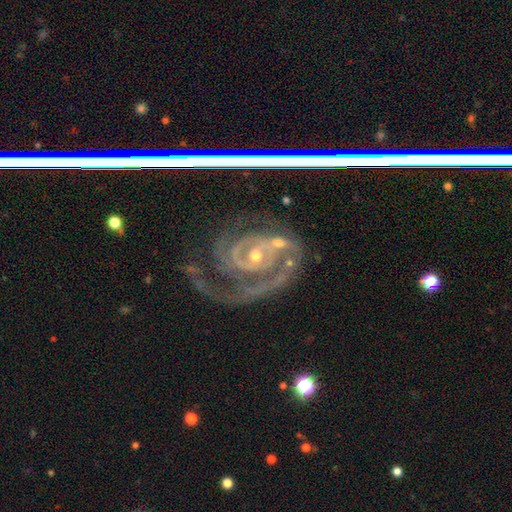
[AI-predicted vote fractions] This appears to be a featured or disk galaxy (90%) with no bar (55%), 2 (69%) tight (63%) spiral arms (98%) and a small central bulge (69%). Merging: none (65%).